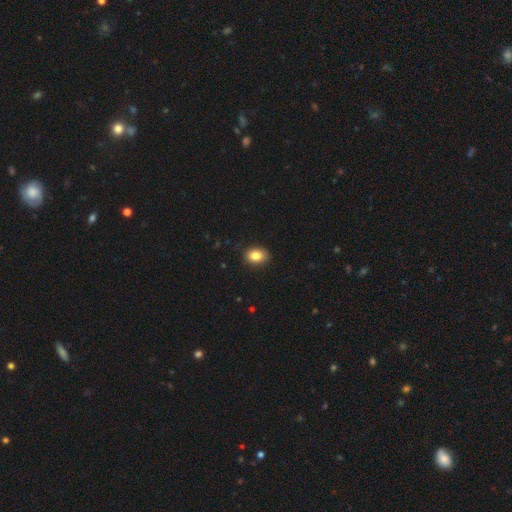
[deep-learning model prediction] The model was most divided on "how rounded": in between: 72%, round: 27%, cigar-shaped: 1%. More confident: merging — none (87%); smooth or featured — smooth (85%).